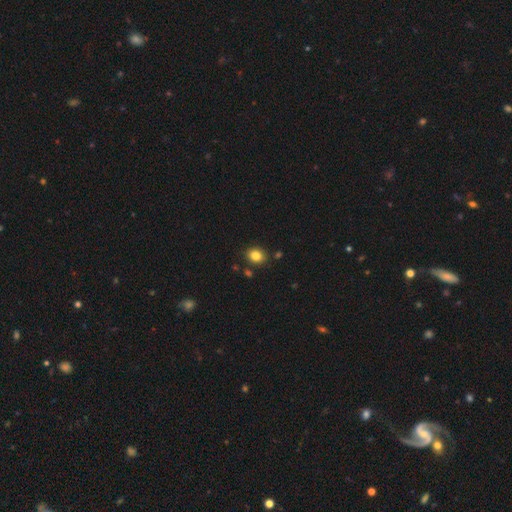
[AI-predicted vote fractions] Overall: smooth (83%). How rounded: in between (50%; round 49%). Merging: none (85%).